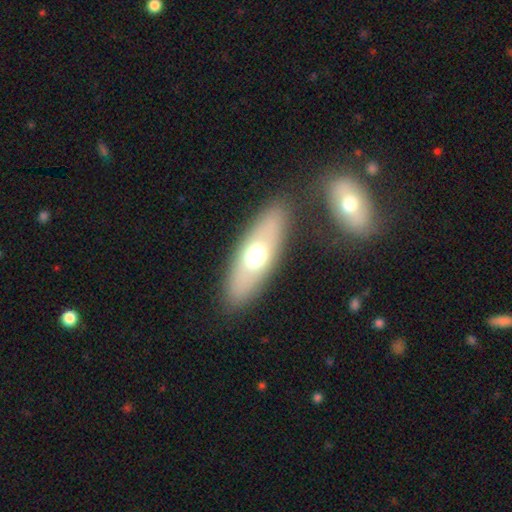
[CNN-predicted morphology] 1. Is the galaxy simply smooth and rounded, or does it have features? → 61% smooth, 31% featured or disk, 9% star or artifact.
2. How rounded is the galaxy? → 68% in between, 27% cigar-shaped, 6% round.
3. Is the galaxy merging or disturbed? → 85% none, 9% minor disturbance, 5% major disturbance, 2% merger.